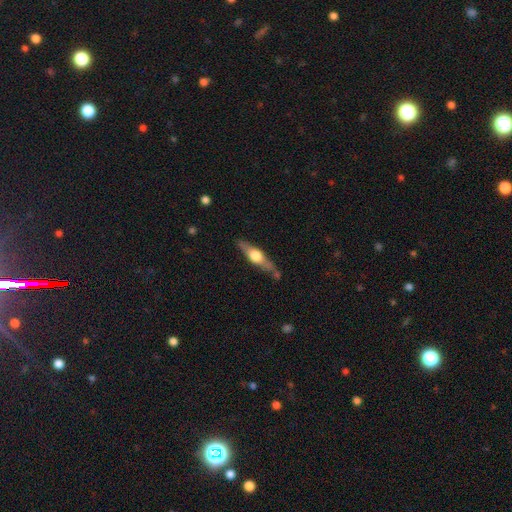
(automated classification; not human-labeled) Morphology: type=featured or disk (63%); edge-on=yes (94%); edge-on bulge=rounded (92%); merging=none (75%).